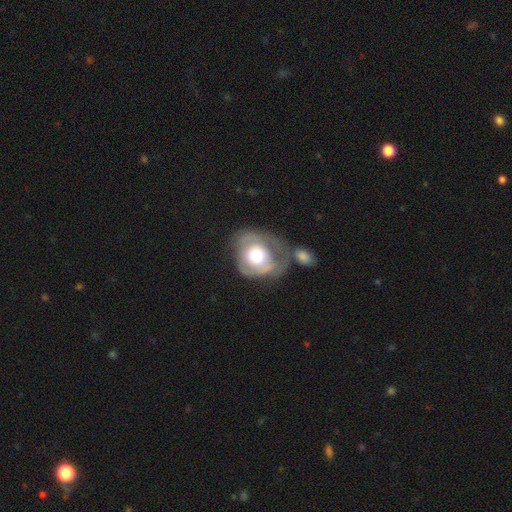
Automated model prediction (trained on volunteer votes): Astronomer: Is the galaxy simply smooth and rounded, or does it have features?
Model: featured or disk — 49% (runner-up: smooth, 45%).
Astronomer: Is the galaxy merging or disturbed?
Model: merger — 29% (runner-up: none, 27%).